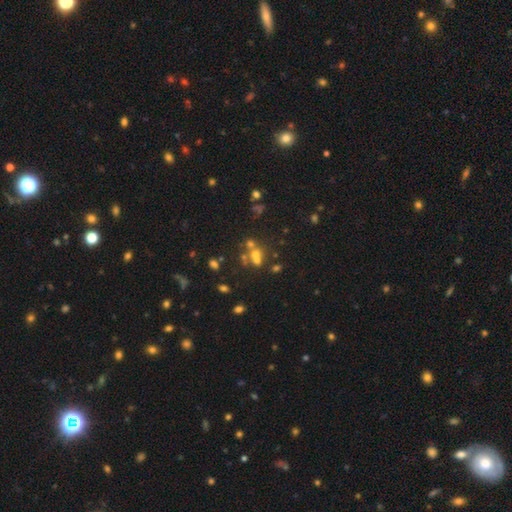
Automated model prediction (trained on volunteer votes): Smooth or featured? smooth (49%)
Merging? merger (46%)